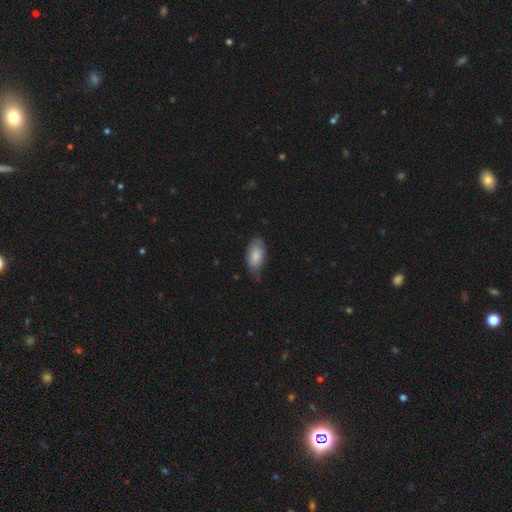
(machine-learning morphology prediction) smooth 82%, featured or disk 12%, star or artifact 6%. Down the decision tree: how rounded — in between (92%); merging — none (57%).